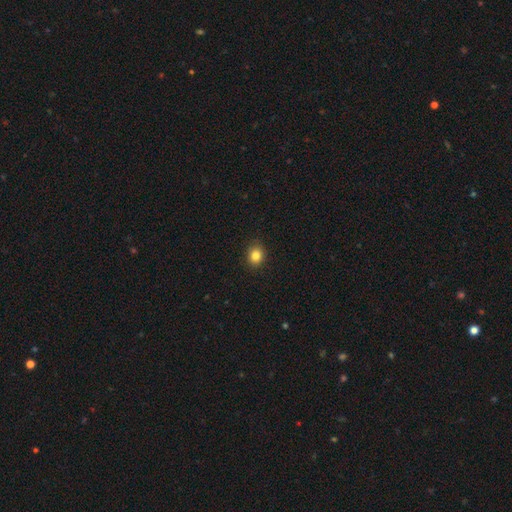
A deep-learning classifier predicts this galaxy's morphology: type=smooth (83%); roundness=round (68%); merging=none (90%).